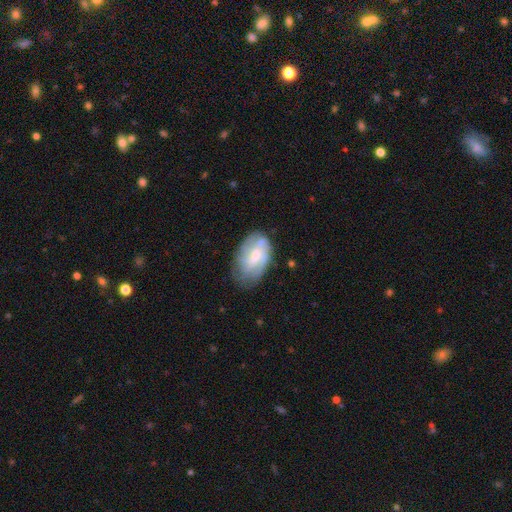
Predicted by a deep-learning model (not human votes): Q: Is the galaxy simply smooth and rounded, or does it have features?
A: featured or disk — 63%.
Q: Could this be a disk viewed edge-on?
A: no — 96%.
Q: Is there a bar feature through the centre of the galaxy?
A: weak — 46%.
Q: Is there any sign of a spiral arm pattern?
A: yes — 77%.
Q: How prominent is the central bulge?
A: moderate — 49%.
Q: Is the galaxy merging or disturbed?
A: none — 61%.